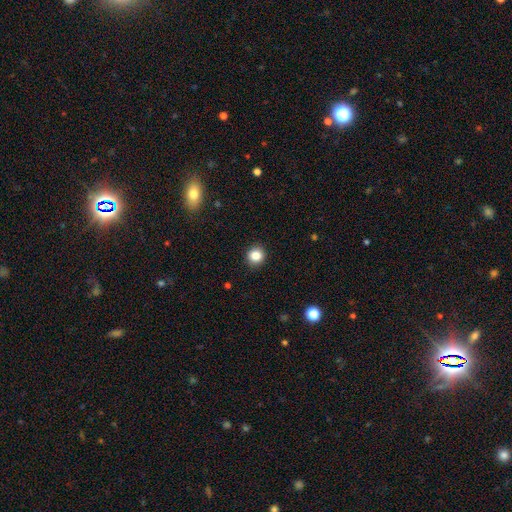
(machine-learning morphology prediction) smooth 84%, star or artifact 11%, featured or disk 5%. Down the decision tree: how rounded — round (90%); merging — none (92%).